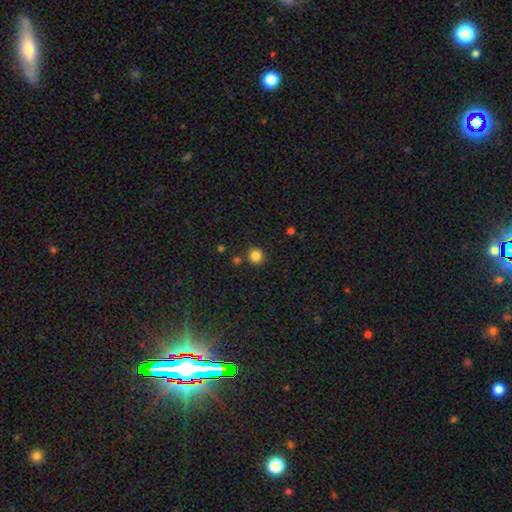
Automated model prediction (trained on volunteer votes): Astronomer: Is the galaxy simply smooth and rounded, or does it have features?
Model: smooth — 84%.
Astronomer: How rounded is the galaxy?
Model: round — 92%.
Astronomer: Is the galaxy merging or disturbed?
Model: none — 84%.